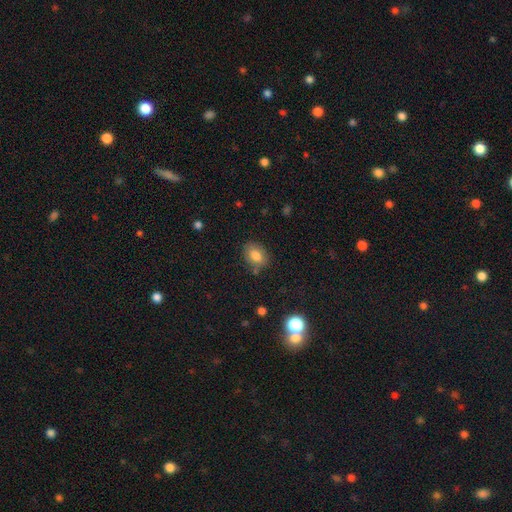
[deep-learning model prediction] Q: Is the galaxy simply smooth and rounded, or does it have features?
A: smooth — 80%.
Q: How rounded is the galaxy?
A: in between — 73%.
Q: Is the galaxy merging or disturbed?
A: none — 75%.